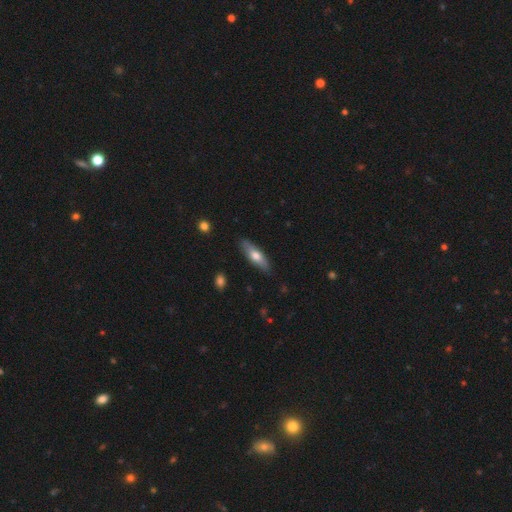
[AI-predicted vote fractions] A smooth galaxy with no disk features (61%) that is cigar-shaped (53%). Merging: none (86%).